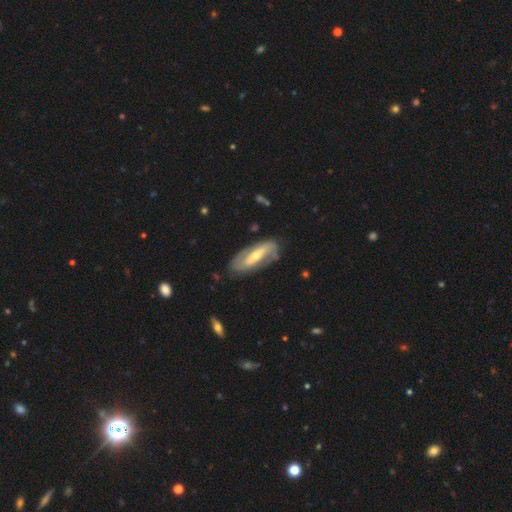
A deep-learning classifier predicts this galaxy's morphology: Smooth or featured?
  - featured or disk: 73% *
  - smooth: 22%
  - star or artifact: 5%
Edge-on disk?
  - no: 85% *
  - yes: 15%
Bar?
  - strong: 51% *
  - weak: 26%
  - no: 23%
Spiral arms?
  - yes: 79% *
  - no: 21%
Bulge size?
  - small: 52% *
  - moderate: 44%
  - large: 2%
  - none: 1%
  - dominant: 1%
Merging?
  - none: 76% *
  - minor disturbance: 17%
  - major disturbance: 6%
  - merger: 2%